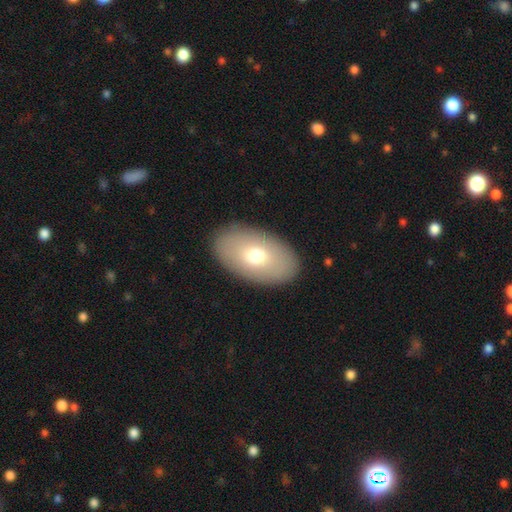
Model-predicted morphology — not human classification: This is likely a smooth galaxy (68%). How rounded: clearly in between (93%). Merging: clearly none (88%).